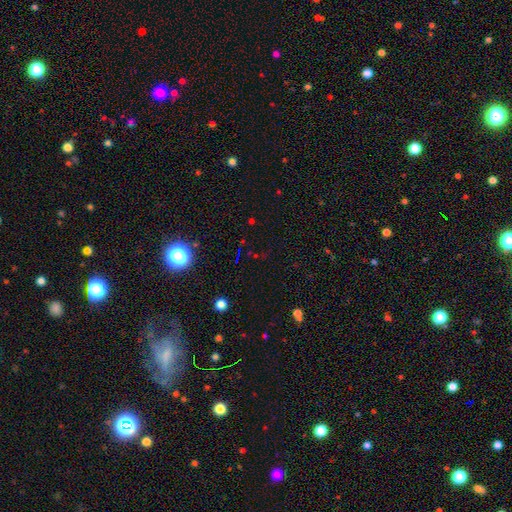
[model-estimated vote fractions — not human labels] Smooth or featured?
  - star or artifact: 69% *
  - smooth: 21%
  - featured or disk: 10%